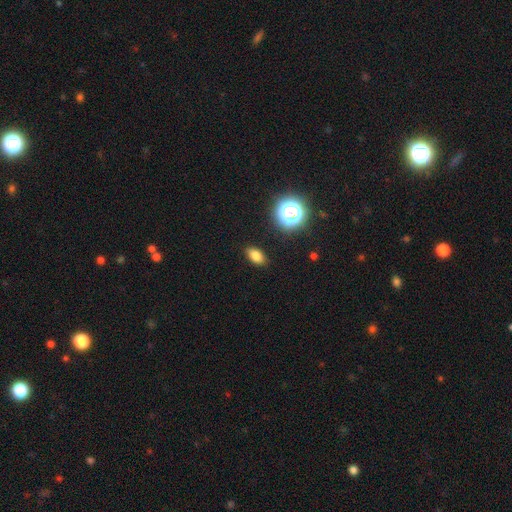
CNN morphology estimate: Smooth or featured? smooth (79%)
How rounded? in between (86%)
Merging? none (88%)